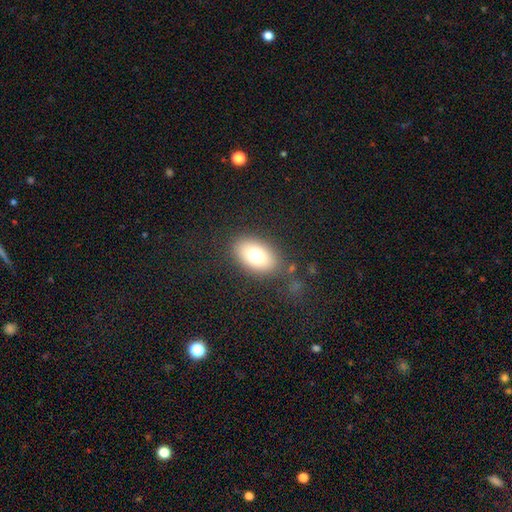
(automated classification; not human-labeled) Smooth or featured: smooth — 75% (featured or disk — 15%)
How rounded: in between — 87% (round — 11%)
Merging: none — 81% (minor disturbance — 12%)